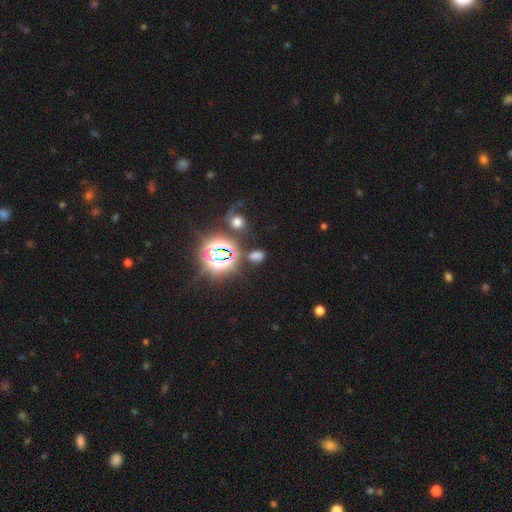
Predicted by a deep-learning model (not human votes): Smooth or featured?
  - smooth: 47% *
  - star or artifact: 43%
  - featured or disk: 10%
Merging?
  - none: 67% *
  - minor disturbance: 14%
  - merger: 9%
  - major disturbance: 9%